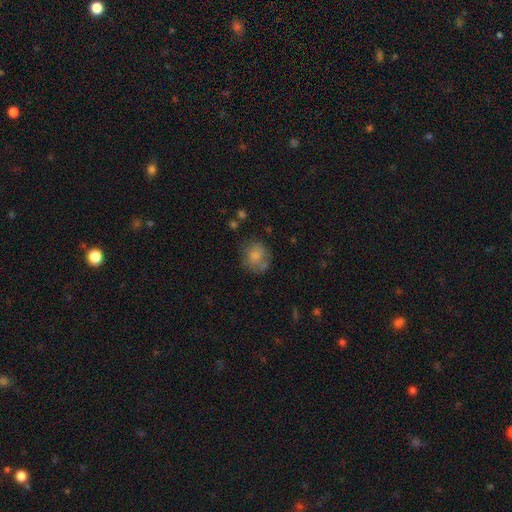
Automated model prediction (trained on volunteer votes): smooth_or_featured: smooth (p=0.73) [alt: featured or disk p=0.18]
how_rounded: round (p=0.75) [alt: in between p=0.24]
merging: none (p=0.59) [alt: minor disturbance p=0.23]